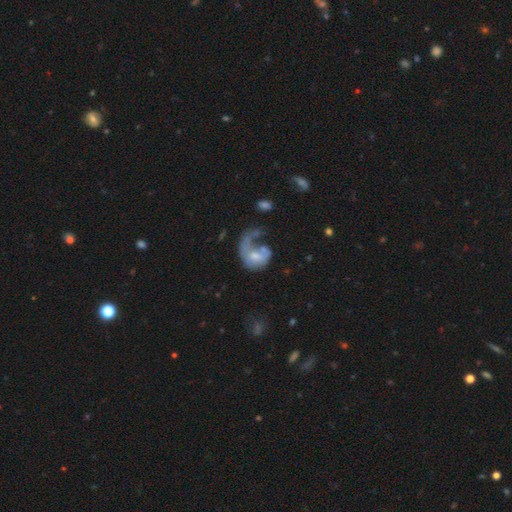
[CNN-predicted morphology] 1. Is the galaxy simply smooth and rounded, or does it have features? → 56% featured or disk, 36% smooth, 8% star or artifact.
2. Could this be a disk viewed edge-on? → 98% no, 2% yes.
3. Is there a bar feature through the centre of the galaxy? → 75% no, 21% weak, 4% strong.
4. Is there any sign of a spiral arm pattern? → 53% yes, 47% no.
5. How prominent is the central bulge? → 41% moderate, 31% small, 17% none, 8% large, 3% dominant.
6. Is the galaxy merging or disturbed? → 57% major disturbance, 19% none, 13% merger, 11% minor disturbance.